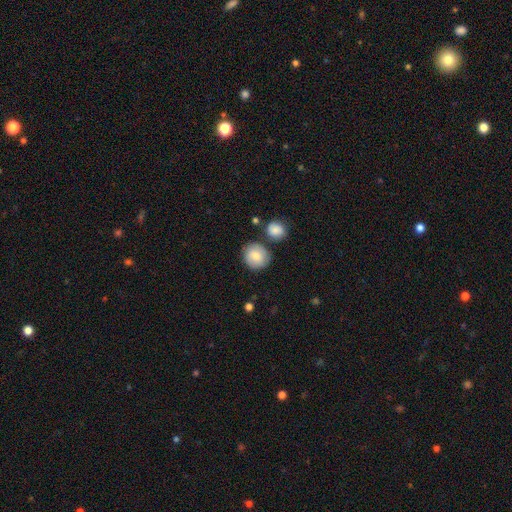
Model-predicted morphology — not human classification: smooth 79%, featured or disk 14%, star or artifact 7%. Down the decision tree: how rounded — round (90%); merging — none (75%).